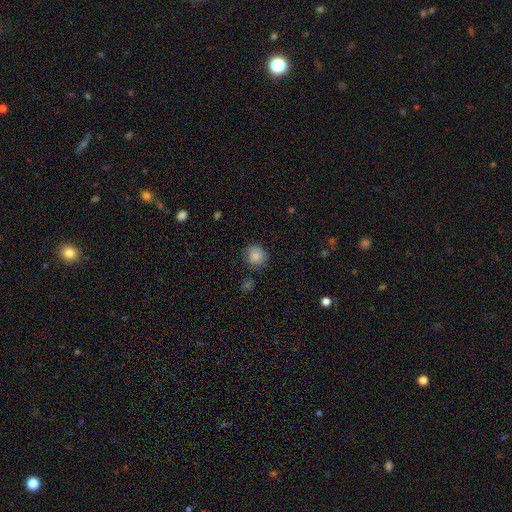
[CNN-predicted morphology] A smooth galaxy with no disk features (83%) that is round (81%). Merging: none (74%).